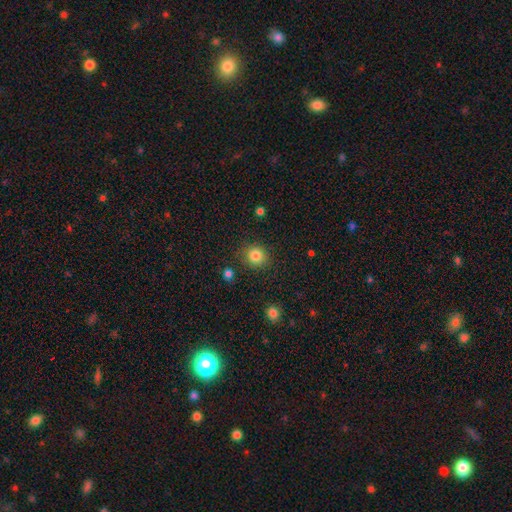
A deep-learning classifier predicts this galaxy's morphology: type=smooth (84%); roundness=round (86%); merging=none (87%).